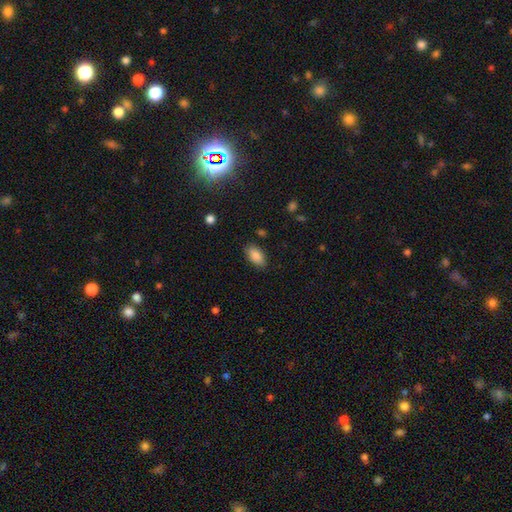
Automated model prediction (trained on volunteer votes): Smooth or featured?
  - smooth: 87% *
  - star or artifact: 7%
  - featured or disk: 6%
How rounded?
  - in between: 93% *
  - cigar-shaped: 4%
  - round: 3%
Merging?
  - none: 85% *
  - minor disturbance: 11%
  - major disturbance: 3%
  - merger: 1%